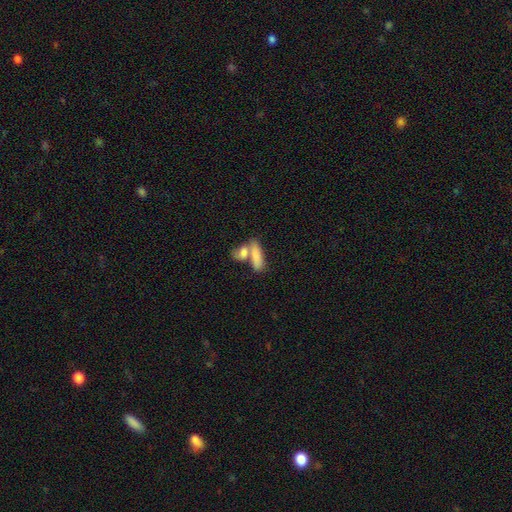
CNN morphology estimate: A smooth galaxy with no disk features (81%) that is in between round and cigar-shaped (64%). Merging: merger (49%).